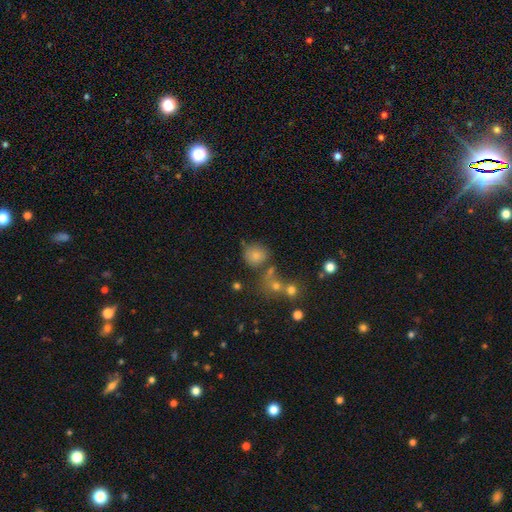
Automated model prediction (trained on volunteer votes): smooth_or_featured: smooth (p=0.77) [alt: star or artifact p=0.14]
how_rounded: round (p=0.81) [alt: in between p=0.18]
merging: none (p=0.63) [alt: merger p=0.16]